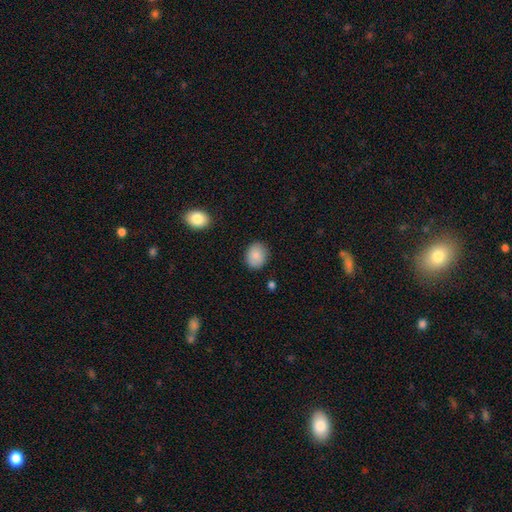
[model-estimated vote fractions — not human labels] The model was most divided on "how rounded": round: 54%, in between: 46%, cigar-shaped: 1%. More confident: smooth or featured — smooth (86%); merging — none (85%).